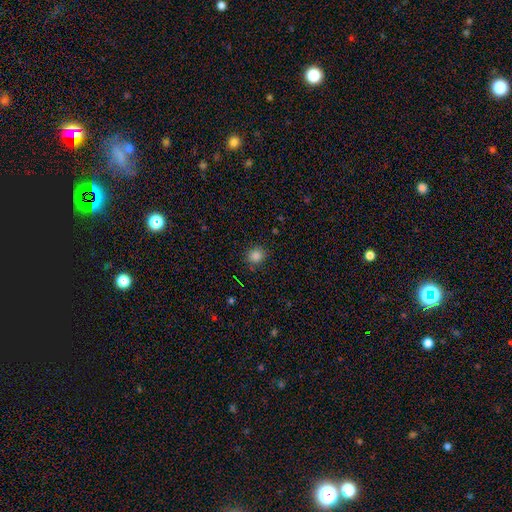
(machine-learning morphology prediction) smooth 84%, star or artifact 13%, featured or disk 4%. Down the decision tree: how rounded — round (78%); merging — none (88%).